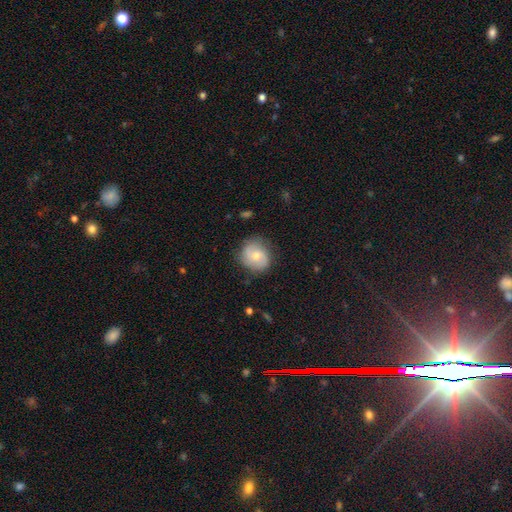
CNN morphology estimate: type=smooth (51%); roundness=round (81%); merging=none (77%).